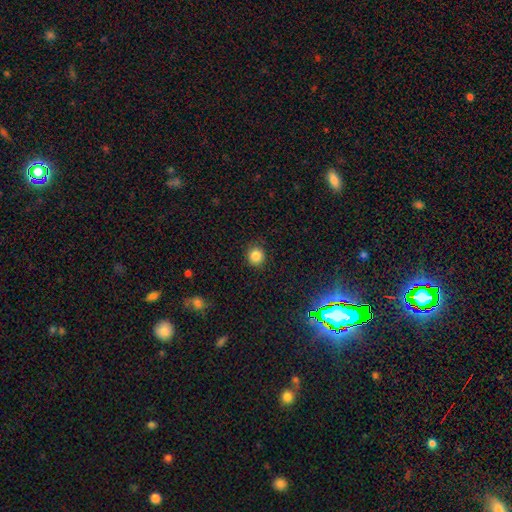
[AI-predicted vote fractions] smooth_or_featured: smooth (p=0.84) [alt: star or artifact p=0.12]
how_rounded: round (p=0.90) [alt: in between p=0.09]
merging: none (p=0.89) [alt: minor disturbance p=0.08]